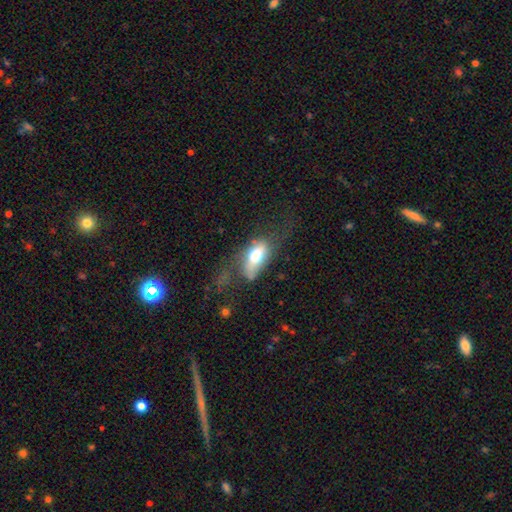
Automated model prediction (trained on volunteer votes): Smooth or featured?
  - smooth: 59% *
  - featured or disk: 34%
  - star or artifact: 7%
How rounded?
  - in between: 83% *
  - cigar-shaped: 12%
  - round: 5%
Merging?
  - none: 39% *
  - major disturbance: 31%
  - minor disturbance: 26%
  - merger: 3%